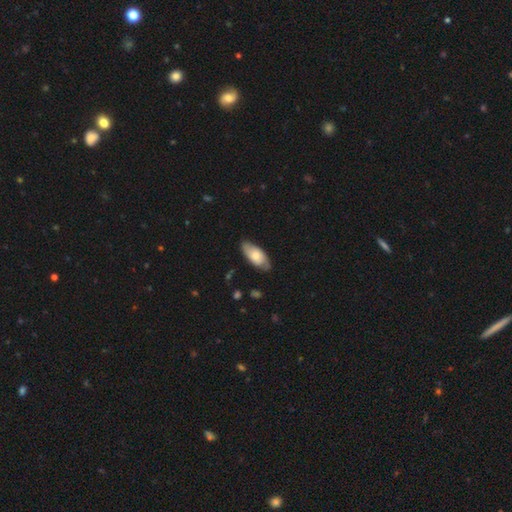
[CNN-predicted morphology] The model was most divided on "smooth or featured": smooth: 64%, featured or disk: 31%, star or artifact: 6%. More confident: how rounded — in between (89%); merging — none (75%).